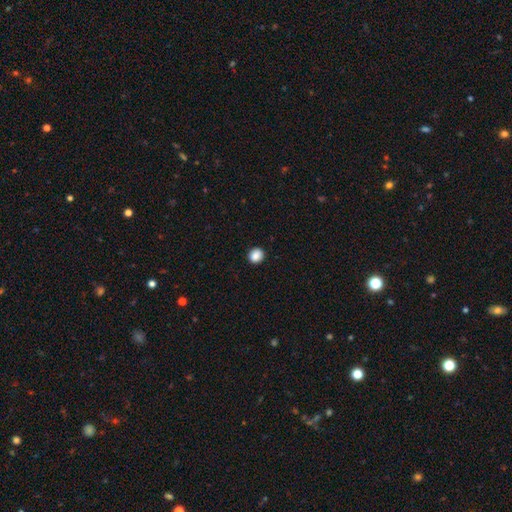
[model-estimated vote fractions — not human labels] This is clearly a smooth galaxy (88%). How rounded: clearly round (84%). Merging: clearly none (92%).